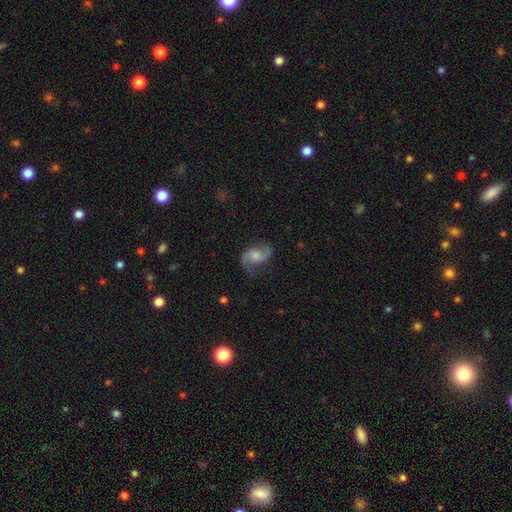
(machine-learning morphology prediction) smooth-or-featured: featured or disk: 80% | smooth: 13% | star or artifact: 7%
  disk-edge-on: no: 98% | yes: 2%
    bar: no: 57% | weak: 36% | strong: 7%
    has-spiral-arms: yes: 96% | no: 4%
      spiral-winding: loose: 54% | medium: 38% | tight: 8%
      spiral-arm-count: 2: 91% | 1: 4% | can't tell: 3% | 3: 1% | 4: 1% | more than 4: 1%
    bulge-size: moderate: 37% | small: 31% | none: 20% | large: 10% | dominant: 2%
  merging: none: 73% | minor disturbance: 17% | major disturbance: 9% | merger: 2%